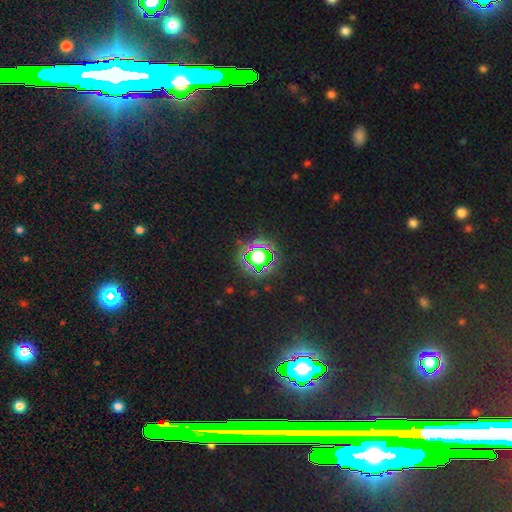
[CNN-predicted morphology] type=star or artifact (61%).